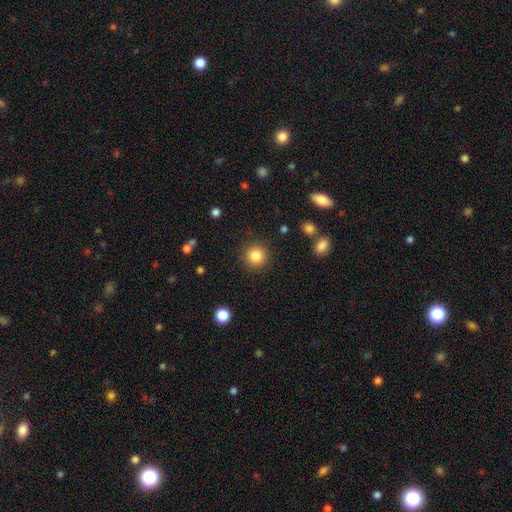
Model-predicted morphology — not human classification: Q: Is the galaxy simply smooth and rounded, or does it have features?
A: smooth — 85%.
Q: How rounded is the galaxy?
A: round — 94%.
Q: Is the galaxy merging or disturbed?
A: none — 90%.